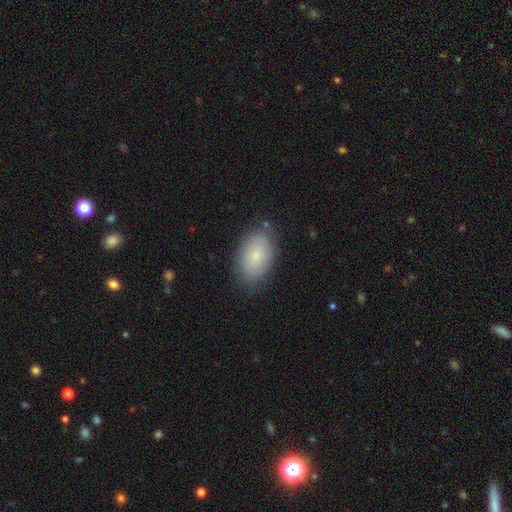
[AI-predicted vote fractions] smooth 76%, featured or disk 17%, star or artifact 7%. Down the decision tree: how rounded — in between (92%); merging — none (80%).